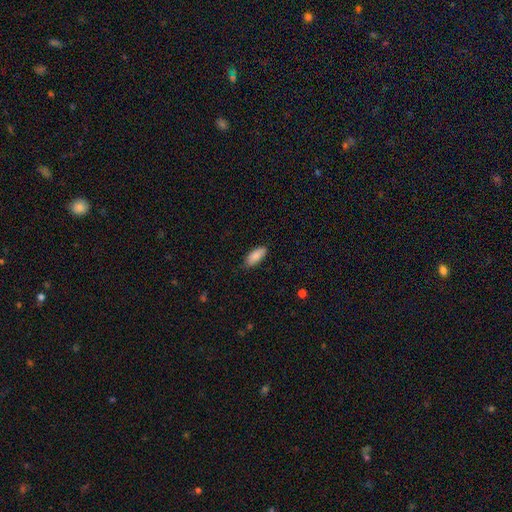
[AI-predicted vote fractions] Q: Smooth or featured?
A: smooth (86%); runner-up: featured or disk (8%)
Q: How rounded?
A: in between (82%); runner-up: cigar-shaped (16%)
Q: Merging?
A: none (84%); runner-up: minor disturbance (13%)